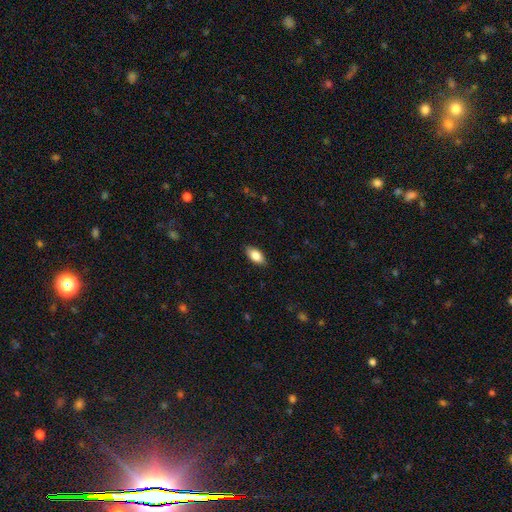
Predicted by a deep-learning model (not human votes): Smooth or featured?
  - smooth: 83% *
  - featured or disk: 11%
  - star or artifact: 7%
How rounded?
  - in between: 91% *
  - cigar-shaped: 6%
  - round: 3%
Merging?
  - none: 87% *
  - minor disturbance: 10%
  - major disturbance: 2%
  - merger: 1%